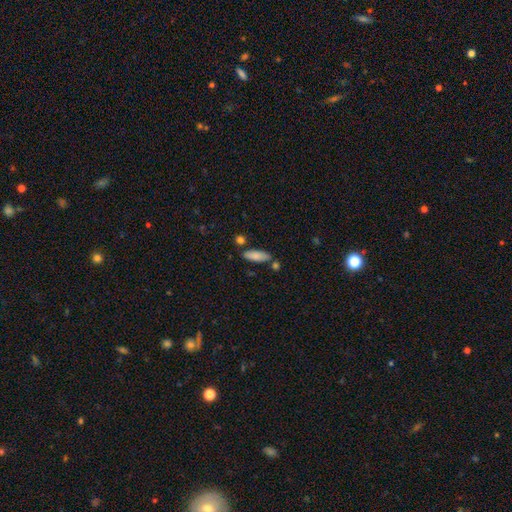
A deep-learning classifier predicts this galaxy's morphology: Smooth or featured?
  - smooth: 84% *
  - featured or disk: 9%
  - star or artifact: 7%
How rounded?
  - in between: 67% *
  - cigar-shaped: 31%
  - round: 2%
Merging?
  - none: 75% *
  - minor disturbance: 13%
  - merger: 9%
  - major disturbance: 3%